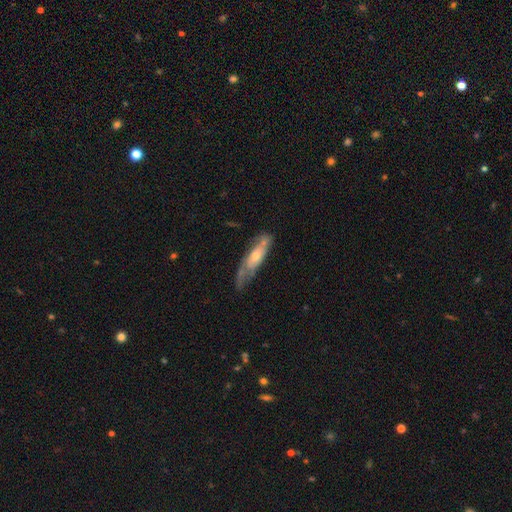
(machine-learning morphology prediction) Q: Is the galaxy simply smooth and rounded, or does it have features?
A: featured or disk — 59%.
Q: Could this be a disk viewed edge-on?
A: no — 66%.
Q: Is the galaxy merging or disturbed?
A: none — 47%.